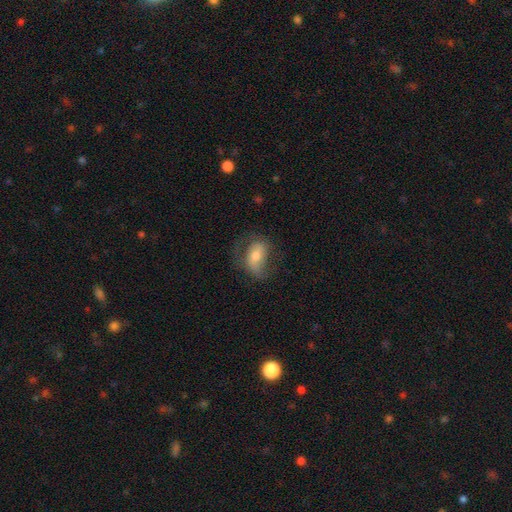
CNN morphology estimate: A smooth galaxy with no disk features (47%).

Vote fractions:
- Smooth or featured? smooth: 47% / featured or disk: 45% / star or artifact: 8%
- Merging? none: 57% / minor disturbance: 23% / major disturbance: 18% / merger: 2%